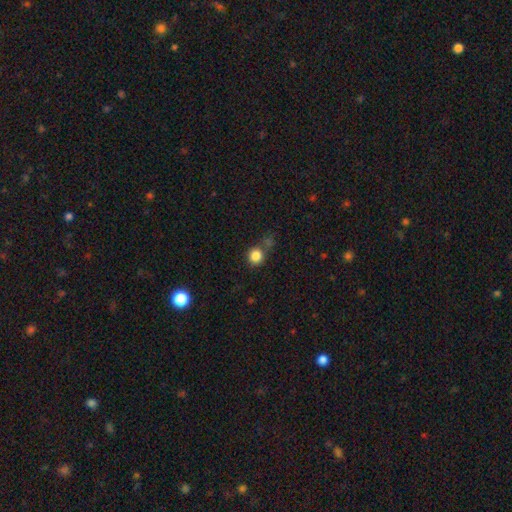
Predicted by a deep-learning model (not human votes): smooth_or_featured: smooth (p=0.84) [alt: star or artifact p=0.12]
how_rounded: round (p=0.91) [alt: in between p=0.08]
merging: none (p=0.71) [alt: merger p=0.13]